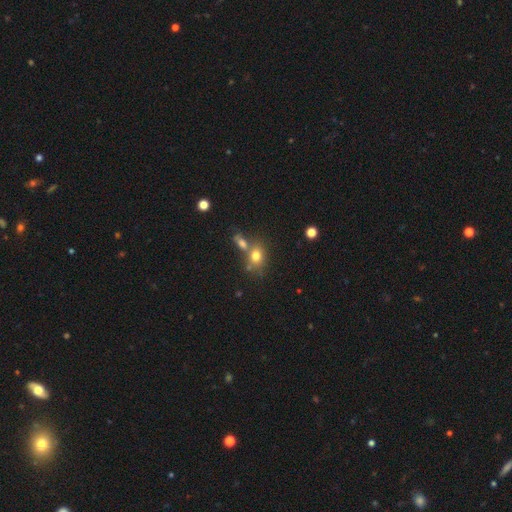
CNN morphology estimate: Overall: smooth (75%). How rounded: round (50%; in between 48%). Merging: none (49%; merger 34%).